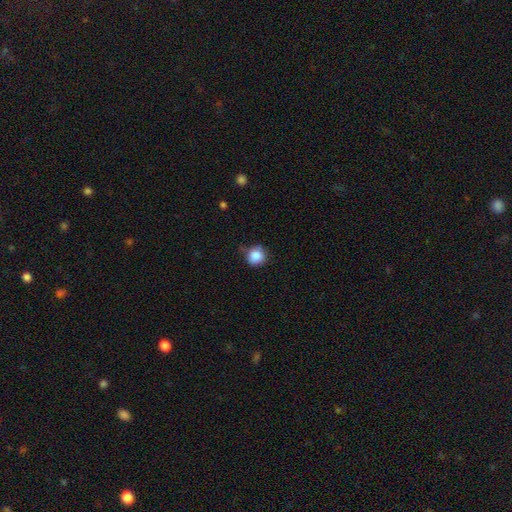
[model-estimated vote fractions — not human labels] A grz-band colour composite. It shows a smooth galaxy with no disk features (86%) that is round (90%). Merging: none (67%).